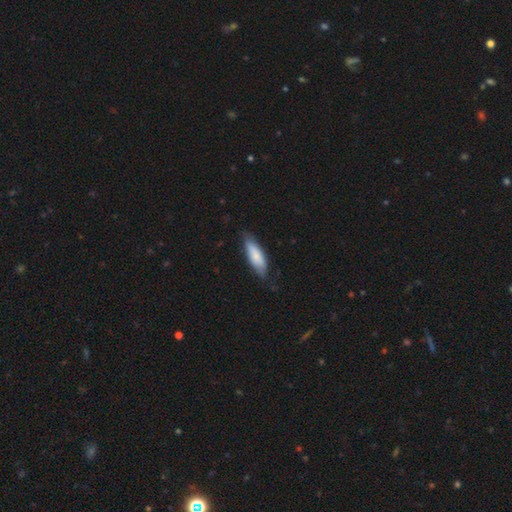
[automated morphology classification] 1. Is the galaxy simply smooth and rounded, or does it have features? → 76% smooth, 19% featured or disk, 5% star or artifact.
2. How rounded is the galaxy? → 53% in between, 45% cigar-shaped, 2% round.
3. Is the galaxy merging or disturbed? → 72% none, 23% minor disturbance, 4% major disturbance, 1% merger.